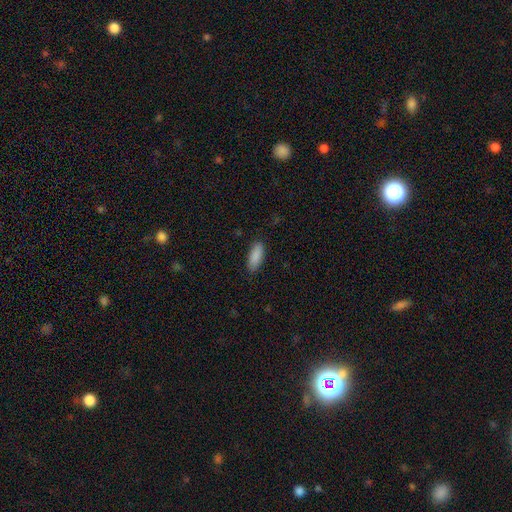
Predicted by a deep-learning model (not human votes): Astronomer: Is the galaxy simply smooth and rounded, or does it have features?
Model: smooth — 90%.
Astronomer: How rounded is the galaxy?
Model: in between — 76%.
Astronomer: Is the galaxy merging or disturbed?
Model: none — 86%.